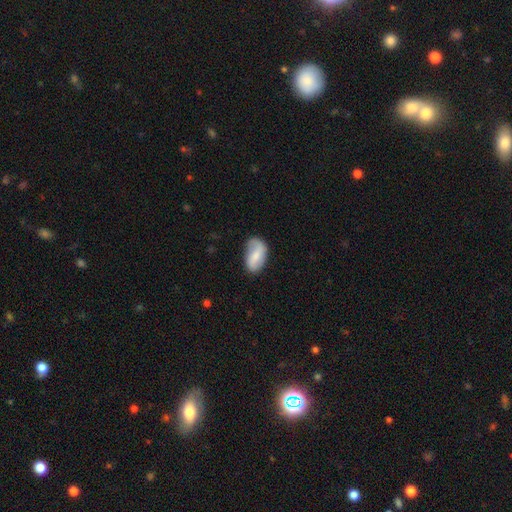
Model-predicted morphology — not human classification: The model was most divided on "smooth or featured": smooth: 56%, featured or disk: 37%, star or artifact: 7%. More confident: how rounded — in between (91%); merging — none (64%).